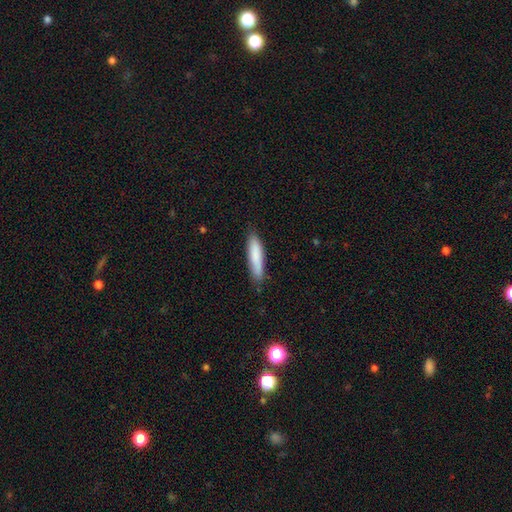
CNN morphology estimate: A smooth galaxy with no disk features (83%) that is cigar-shaped (80%).

Vote fractions:
- Smooth or featured? smooth: 83% / featured or disk: 11% / star or artifact: 6%
- How rounded? cigar-shaped: 80% / in between: 18% / round: 1%
- Merging? none: 85% / minor disturbance: 12% / major disturbance: 2% / merger: 1%